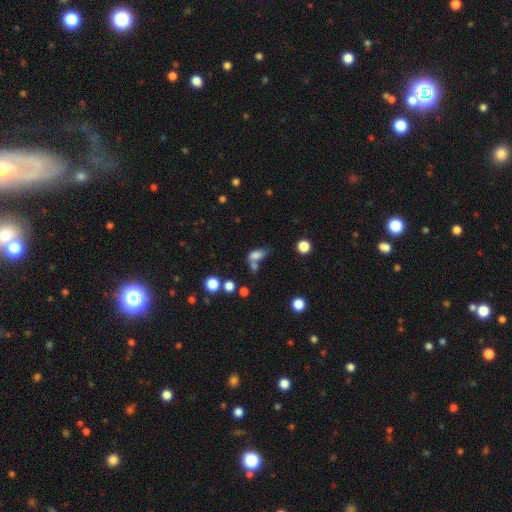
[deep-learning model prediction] This is likely a smooth galaxy (77%). How rounded: clearly in between (85%). Merging: marginally merger (38%).